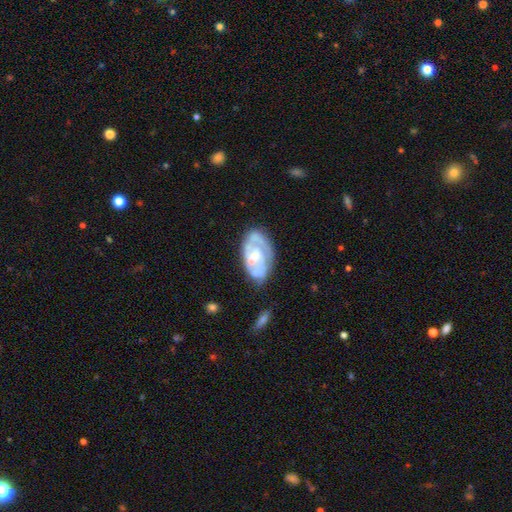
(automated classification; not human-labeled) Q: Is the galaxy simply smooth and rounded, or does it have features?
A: featured or disk — 75%.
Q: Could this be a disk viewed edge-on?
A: no — 96%.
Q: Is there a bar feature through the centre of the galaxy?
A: no — 59%.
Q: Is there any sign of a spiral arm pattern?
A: yes — 79%.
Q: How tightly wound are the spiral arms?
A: tight — 52%.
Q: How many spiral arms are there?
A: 2 — 44%.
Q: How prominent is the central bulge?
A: small — 49%.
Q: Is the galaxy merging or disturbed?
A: none — 58%.